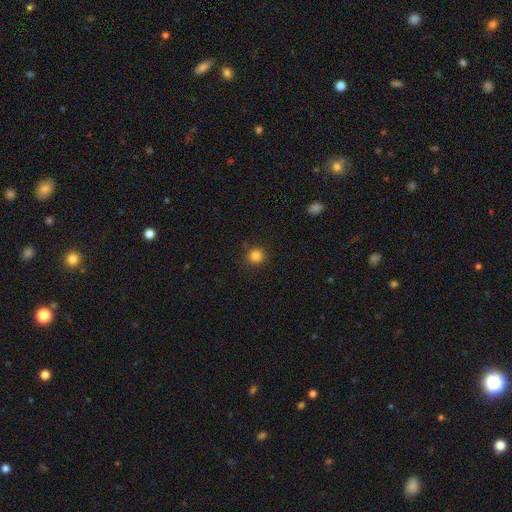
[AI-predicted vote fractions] A smooth galaxy with no disk features (83%) that is round (94%). Merging: none (90%).